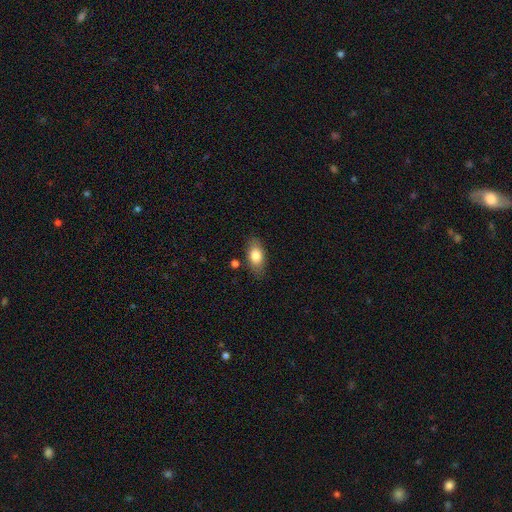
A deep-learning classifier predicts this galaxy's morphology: Smooth or featured? Predicted: smooth (p=0.79). How rounded? Predicted: in between (p=0.88). Merging? Predicted: none (p=0.80).